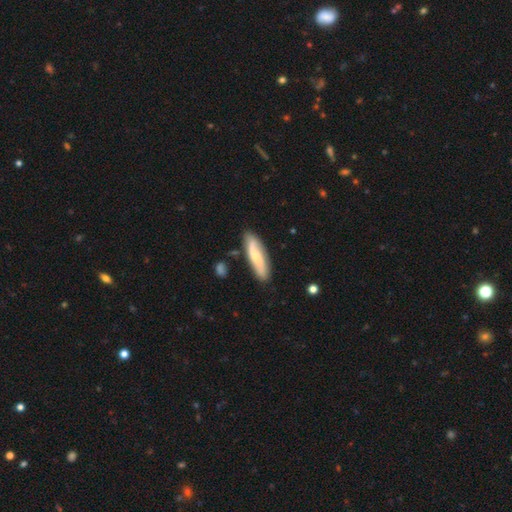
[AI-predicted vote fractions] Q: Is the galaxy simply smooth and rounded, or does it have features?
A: featured or disk — 48%.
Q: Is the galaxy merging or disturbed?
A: none — 81%.